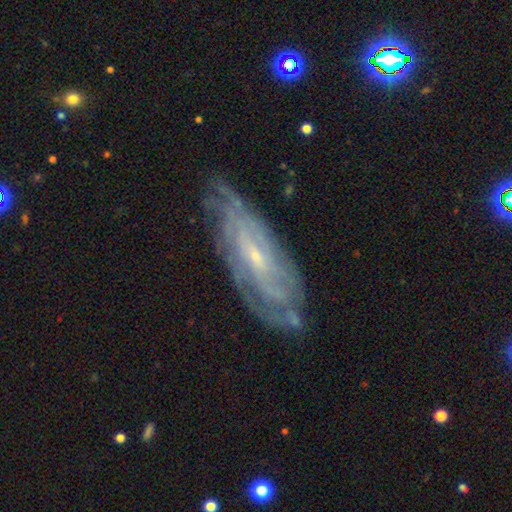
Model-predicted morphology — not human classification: type=featured or disk (82%); edge-on=no (85%); bar=no (47%); spiral arms=yes (92%); winding=tight (69%); arm count=can't tell (49%); bulge=small (77%); merging=none (73%).